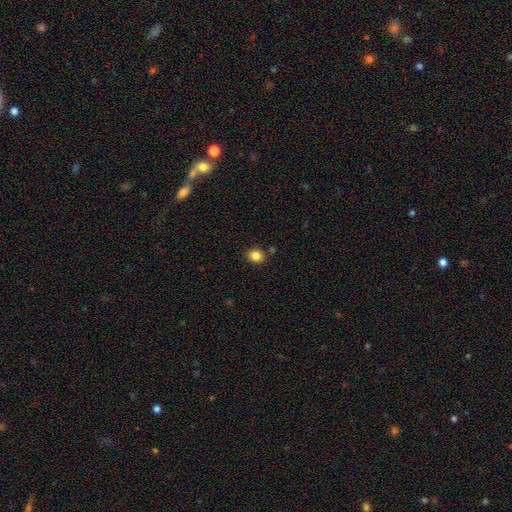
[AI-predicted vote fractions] This is clearly a smooth galaxy (84%). How rounded: likely round (72%). Merging: clearly none (86%).